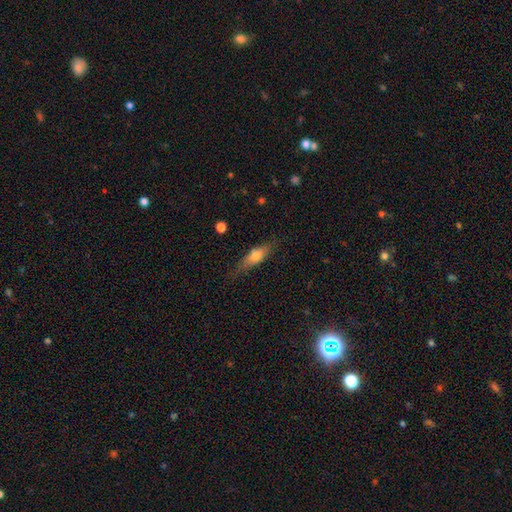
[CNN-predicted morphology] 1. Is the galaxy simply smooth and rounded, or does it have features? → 57% smooth, 36% featured or disk, 7% star or artifact.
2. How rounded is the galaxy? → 49% in between, 47% cigar-shaped, 4% round.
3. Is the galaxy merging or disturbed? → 71% none, 21% minor disturbance, 6% major disturbance, 2% merger.